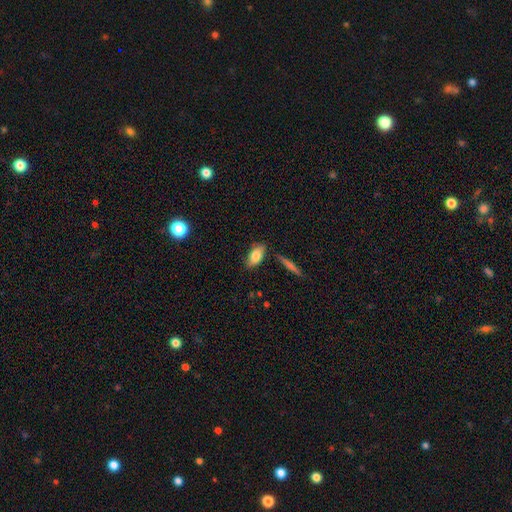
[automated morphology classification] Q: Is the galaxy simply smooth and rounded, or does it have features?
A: smooth — 81%.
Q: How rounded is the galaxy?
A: in between — 89%.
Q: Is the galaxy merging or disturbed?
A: none — 76%.